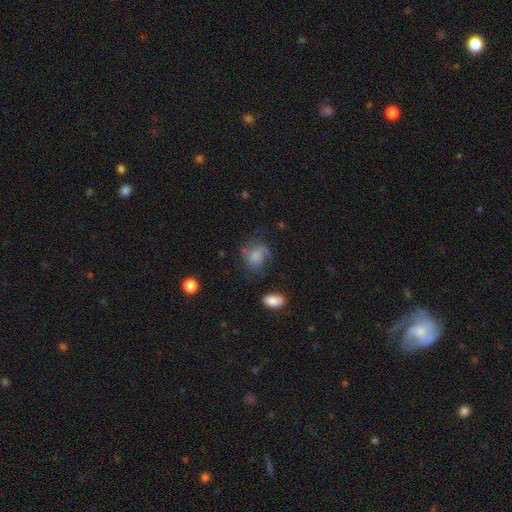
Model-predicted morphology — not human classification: Smooth or featured: smooth — 53% (featured or disk — 36%)
How rounded: round — 60% (in between — 39%)
Merging: none — 46% (minor disturbance — 26%)